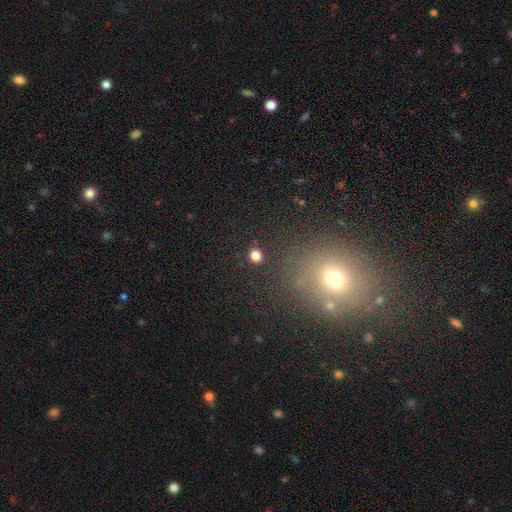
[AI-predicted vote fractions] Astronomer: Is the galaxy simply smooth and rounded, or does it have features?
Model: smooth — 81%.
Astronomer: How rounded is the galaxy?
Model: round — 87%.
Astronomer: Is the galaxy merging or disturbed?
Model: none — 90%.